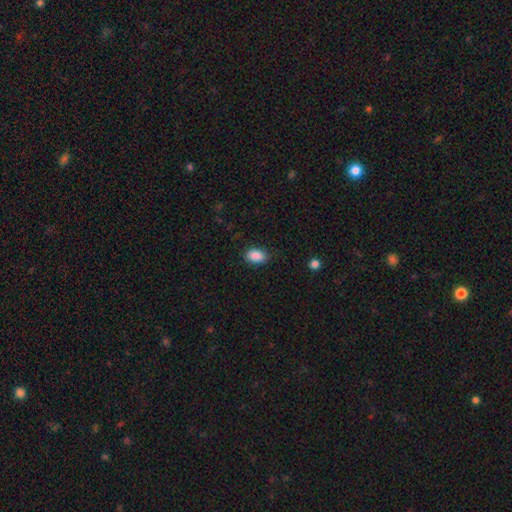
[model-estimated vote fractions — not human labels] Smooth or featured? smooth (88%)
How rounded? in between (87%)
Merging? none (84%)